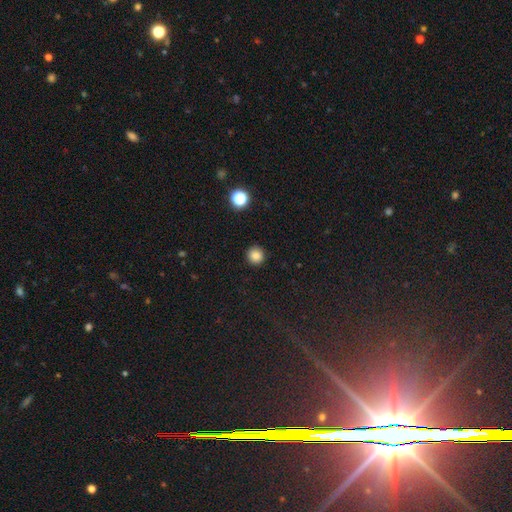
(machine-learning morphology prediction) This appears to be a smooth galaxy with no disk features (84%) that is round (94%). Merging: none (92%).